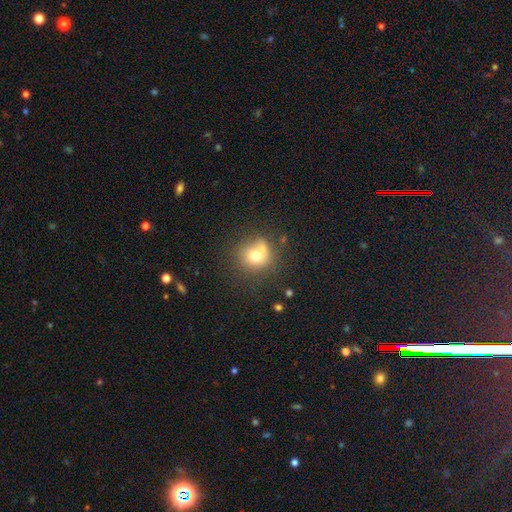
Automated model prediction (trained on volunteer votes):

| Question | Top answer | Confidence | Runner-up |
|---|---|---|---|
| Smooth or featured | smooth | 70% | featured or disk (17%) |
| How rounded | round | 86% | in between (13%) |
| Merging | none | 54% | merger (24%) |